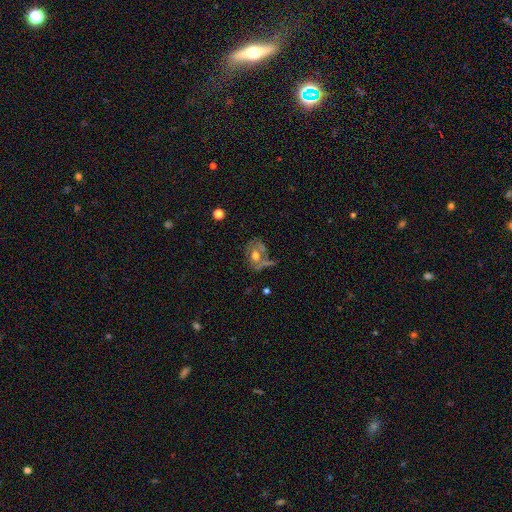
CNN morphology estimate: Smooth or featured?
  - smooth: 47% *
  - featured or disk: 42%
  - star or artifact: 11%
Merging?
  - none: 40% *
  - merger: 21%
  - minor disturbance: 20%
  - major disturbance: 19%